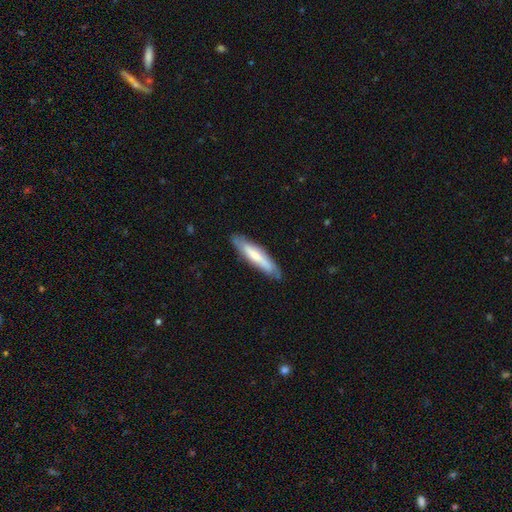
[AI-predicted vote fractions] The model was most divided on "smooth or featured": smooth: 59%, featured or disk: 35%, star or artifact: 6%. More confident: how rounded — cigar-shaped (83%); merging — none (82%).